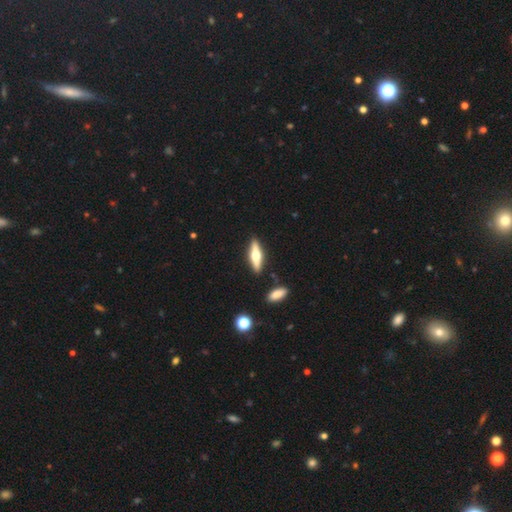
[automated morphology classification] The model was most divided on "smooth or featured": featured or disk: 57%, smooth: 37%, star or artifact: 6%. More confident: edge-on bulge — rounded (95%); edge-on disk — yes (93%); merging — none (87%).